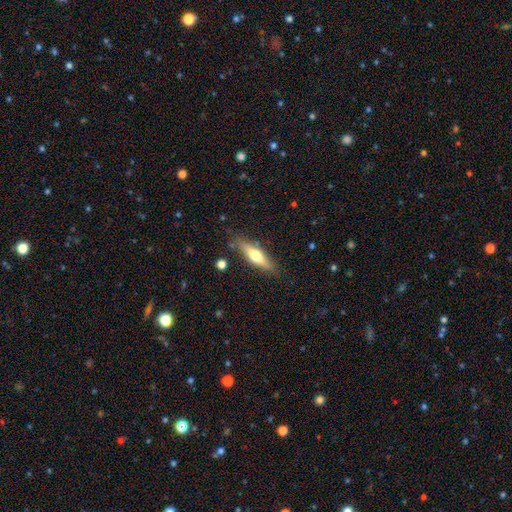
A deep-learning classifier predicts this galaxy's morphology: Smooth or featured? smooth (56%)
How rounded? cigar-shaped (65%)
Merging? none (82%)